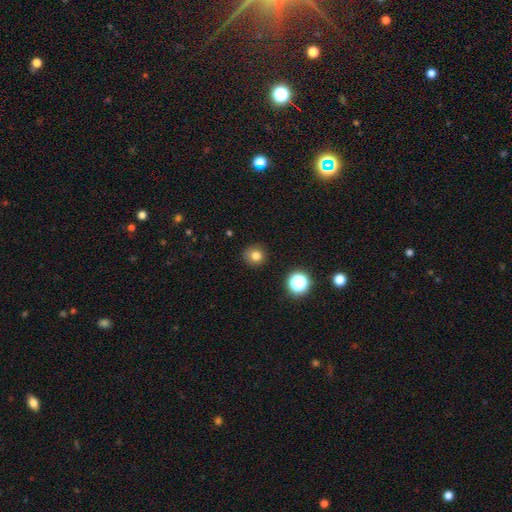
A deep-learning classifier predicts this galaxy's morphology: smooth 78%, star or artifact 15%, featured or disk 6%. Down the decision tree: how rounded — round (91%); merging — none (88%).